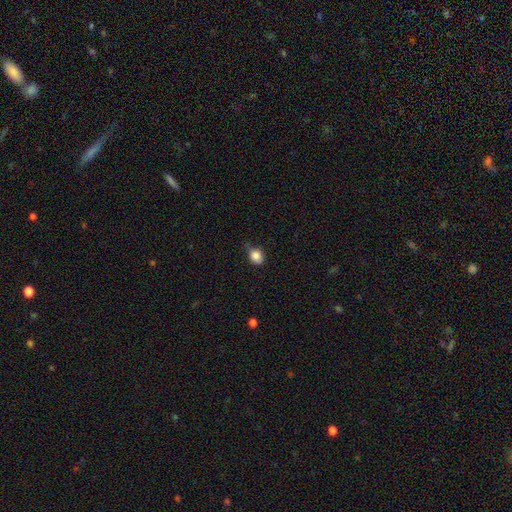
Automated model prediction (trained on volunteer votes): This appears to be a smooth galaxy with no disk features (85%) that is round (62%). Merging: none (58%).